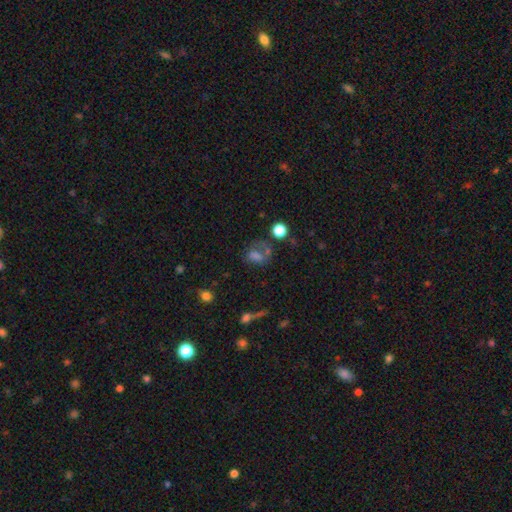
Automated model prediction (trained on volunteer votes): smooth 52%, featured or disk 26%, star or artifact 22%. Down the decision tree: how rounded — in between (58%); merging — none (35%).